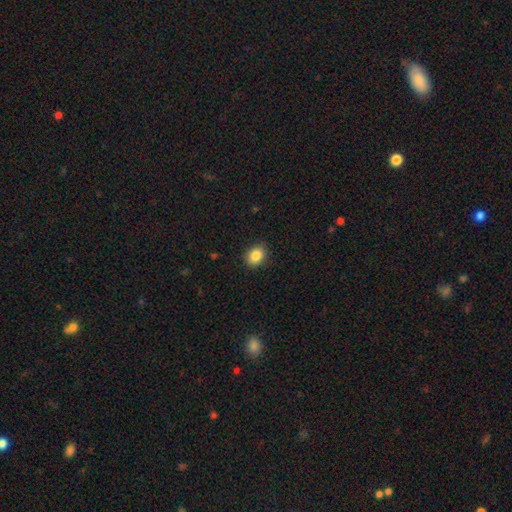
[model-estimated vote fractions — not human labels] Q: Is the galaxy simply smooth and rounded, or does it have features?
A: smooth — 85%.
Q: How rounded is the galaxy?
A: in between — 51%.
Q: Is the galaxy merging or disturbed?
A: none — 87%.